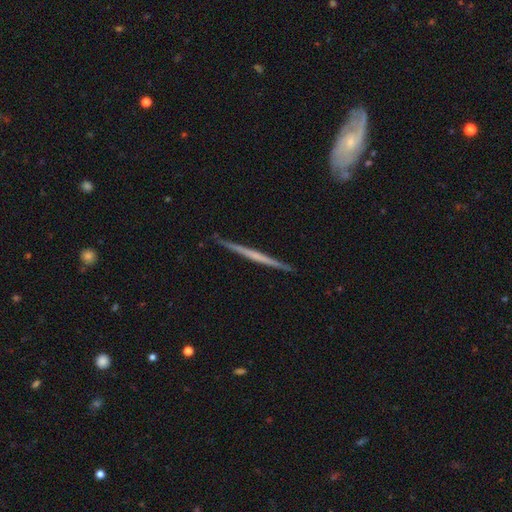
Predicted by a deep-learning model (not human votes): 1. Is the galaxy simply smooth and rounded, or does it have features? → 66% featured or disk, 29% smooth, 5% star or artifact.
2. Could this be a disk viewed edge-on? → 98% yes, 2% no.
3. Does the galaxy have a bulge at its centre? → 82% none, 13% rounded, 5% boxy.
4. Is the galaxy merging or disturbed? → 91% none, 6% minor disturbance, 1% major disturbance, 1% merger.